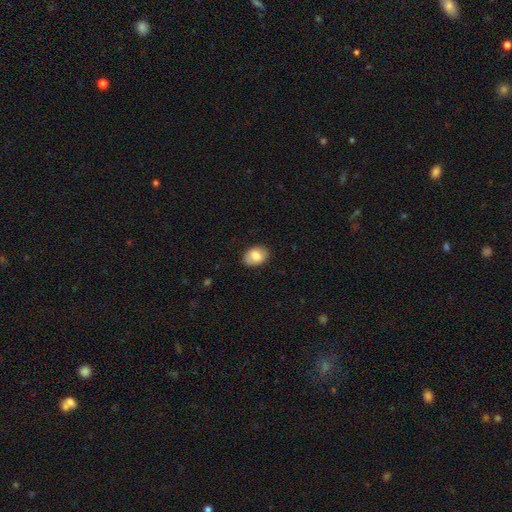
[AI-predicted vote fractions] Smooth or featured: smooth — 80% (featured or disk — 12%)
How rounded: in between — 76% (round — 23%)
Merging: none — 81% (minor disturbance — 15%)